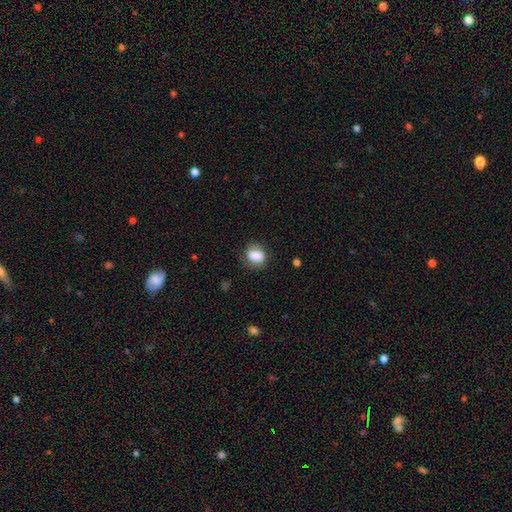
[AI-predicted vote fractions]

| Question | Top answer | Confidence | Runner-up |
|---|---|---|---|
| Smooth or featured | smooth | 83% | featured or disk (9%) |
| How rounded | in between | 58% | round (39%) |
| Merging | none | 74% | minor disturbance (18%) |